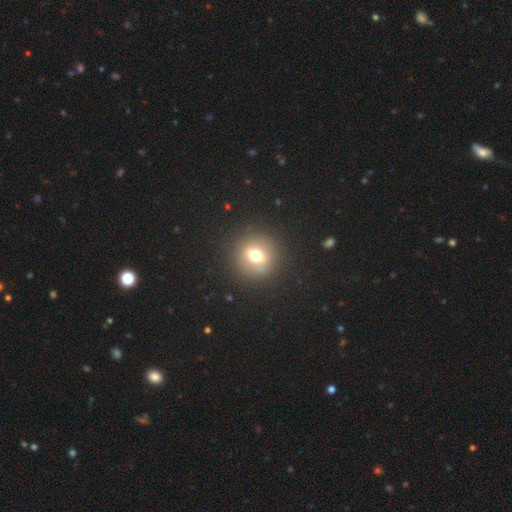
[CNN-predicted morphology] This appears to be a smooth galaxy with no disk features (61%) that is round (84%). Merging: none (87%).